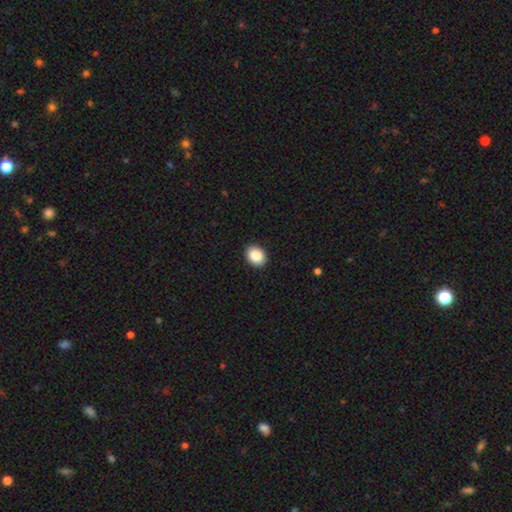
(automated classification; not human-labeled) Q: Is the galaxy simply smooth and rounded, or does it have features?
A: smooth — 88%.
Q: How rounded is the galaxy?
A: in between — 62%.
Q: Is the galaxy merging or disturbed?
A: none — 91%.